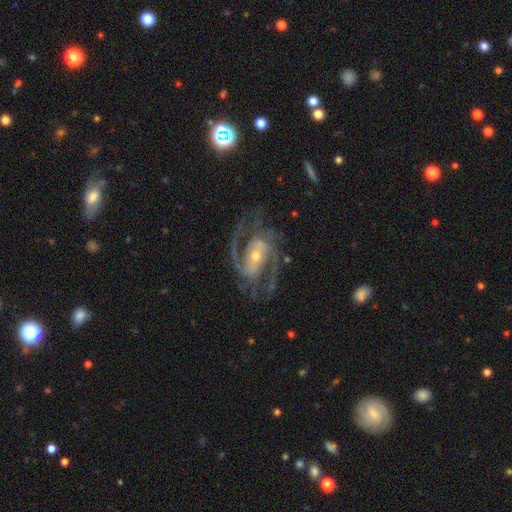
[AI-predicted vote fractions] A featured or disk galaxy (92%) with a weak bar (39%), 2 (67%) medium (58%) spiral arms (98%) and a moderate central bulge (50%).

Vote fractions:
- Smooth or featured? featured or disk: 92% / star or artifact: 5% / smooth: 3%
- Edge-on disk? no: 97% / yes: 3%
- Bar? weak: 39% / no: 32% / strong: 29%
- Spiral arms? yes: 98% / no: 2%
- Spiral winding? medium: 58% / tight: 27% / loose: 14%
- Spiral arm count? 2: 67% / 3: 16% / can't tell: 6% / 4: 4% / 1: 3% / more than 4: 3%
- Bulge size? moderate: 50% / small: 44% / large: 4% / none: 1% / dominant: 1%
- Merging? none: 72% / minor disturbance: 15% / major disturbance: 11% / merger: 2%